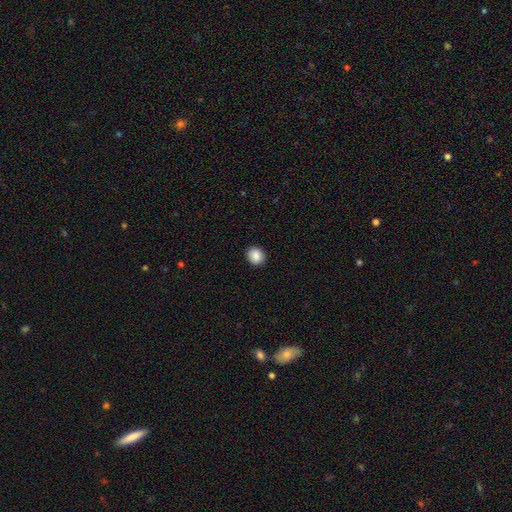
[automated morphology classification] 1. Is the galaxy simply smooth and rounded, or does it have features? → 89% smooth, 8% star or artifact, 3% featured or disk.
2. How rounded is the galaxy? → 75% round, 24% in between, 1% cigar-shaped.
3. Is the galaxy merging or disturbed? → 92% none, 6% minor disturbance, 2% major disturbance, 1% merger.